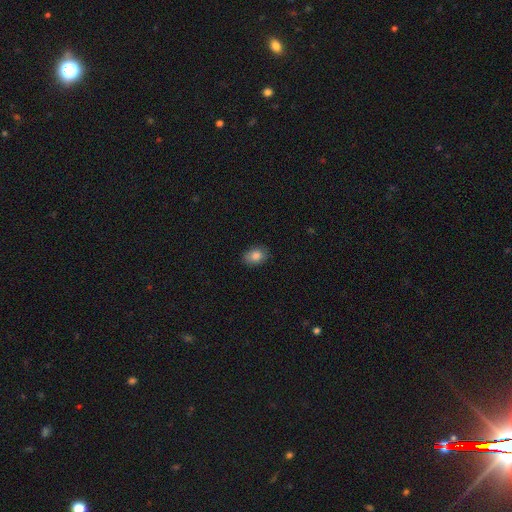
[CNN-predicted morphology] A smooth galaxy with no disk features (85%) that is in between round and cigar-shaped (73%). Merging: none (84%).